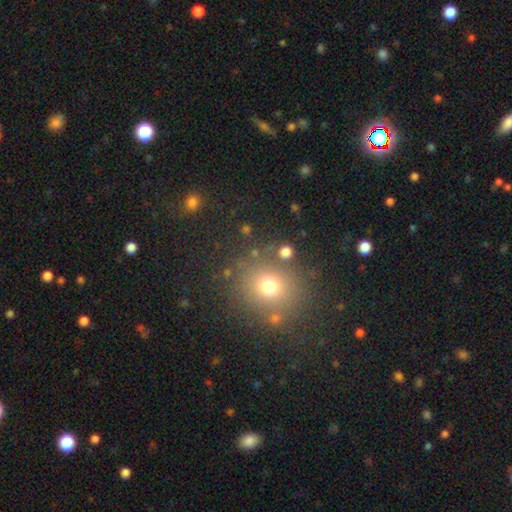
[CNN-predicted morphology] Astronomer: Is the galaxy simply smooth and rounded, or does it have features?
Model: smooth — 65%.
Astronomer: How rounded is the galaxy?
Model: round — 85%.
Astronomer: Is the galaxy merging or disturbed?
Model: none — 83%.